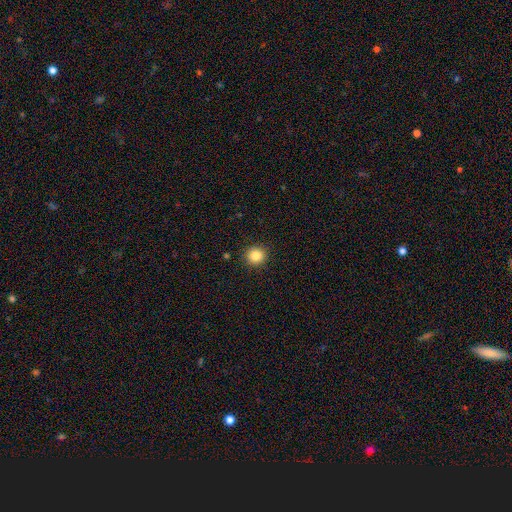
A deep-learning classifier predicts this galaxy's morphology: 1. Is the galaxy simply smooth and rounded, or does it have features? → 85% smooth, 11% star or artifact, 5% featured or disk.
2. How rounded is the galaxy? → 91% round, 8% in between, 1% cigar-shaped.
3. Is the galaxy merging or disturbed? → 92% none, 5% minor disturbance, 2% major disturbance, 1% merger.